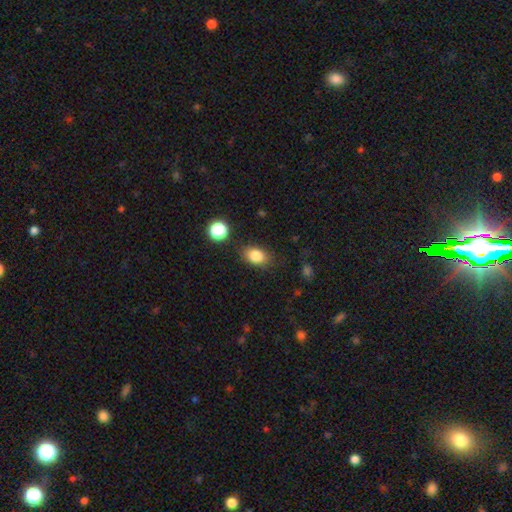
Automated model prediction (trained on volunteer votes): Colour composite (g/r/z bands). It shows a smooth galaxy with no disk features (83%) that is in between round and cigar-shaped (76%). Merging: none (79%).